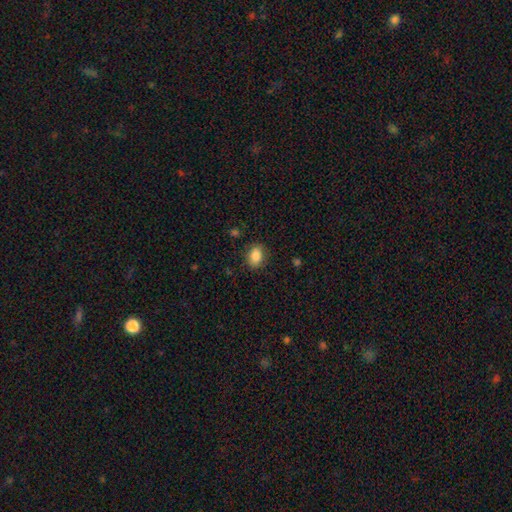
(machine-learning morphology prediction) type=smooth (86%); roundness=in between (73%); merging=none (84%).